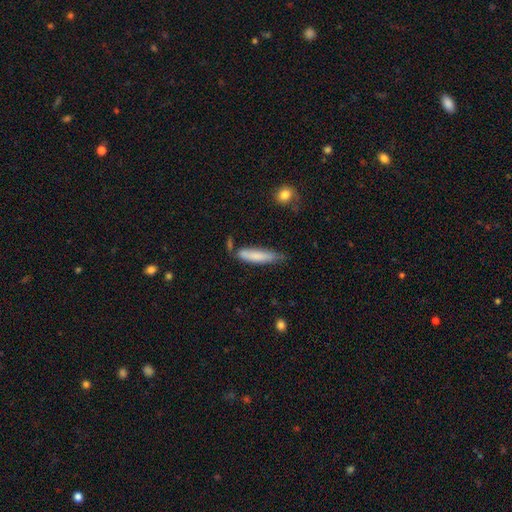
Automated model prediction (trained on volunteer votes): Overall: smooth (78%). How rounded: cigar-shaped (80%). Merging: none (56%; minor disturbance 29%).